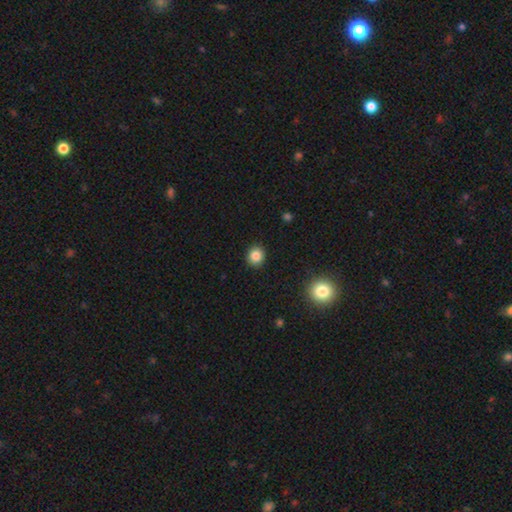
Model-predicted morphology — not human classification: type=smooth (85%); roundness=round (84%); merging=none (91%).